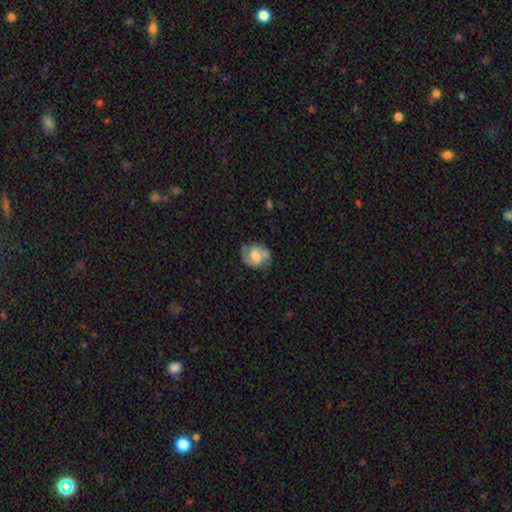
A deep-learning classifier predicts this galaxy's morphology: featured or disk 60%, smooth 33%, star or artifact 7%. Down the decision tree: edge-on disk — no (97%); bar — weak (45%); spiral arms — yes (85%); bulge size — moderate (50%); merging — none (69%).